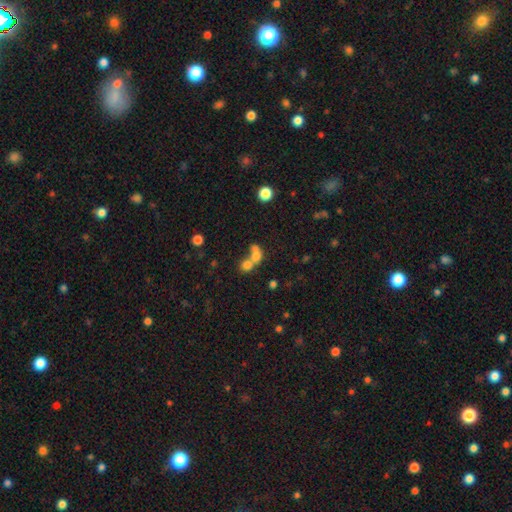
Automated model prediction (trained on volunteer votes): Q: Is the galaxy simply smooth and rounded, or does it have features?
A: smooth — 67%.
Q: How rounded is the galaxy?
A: round — 63%.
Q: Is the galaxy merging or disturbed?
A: merger — 67%.